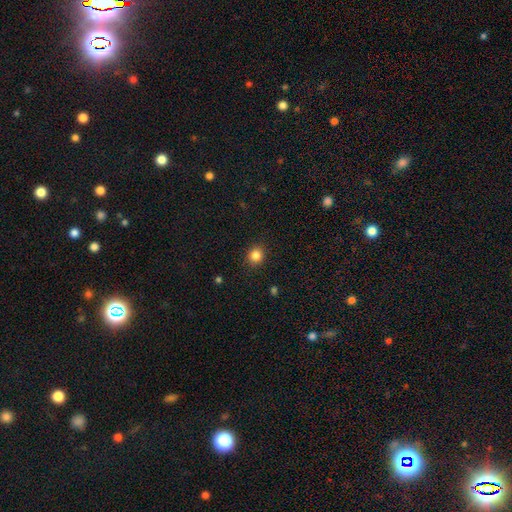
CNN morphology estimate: Overall: smooth (85%). How rounded: round (83%). Merging: none (89%).